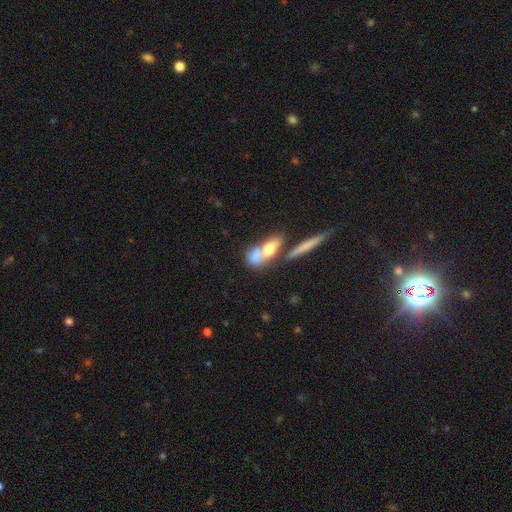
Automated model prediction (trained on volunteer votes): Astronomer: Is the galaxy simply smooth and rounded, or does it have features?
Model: smooth — 63%.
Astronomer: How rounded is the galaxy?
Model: in between — 60%.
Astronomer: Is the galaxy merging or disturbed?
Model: merger — 48% (runner-up: none, 29%).